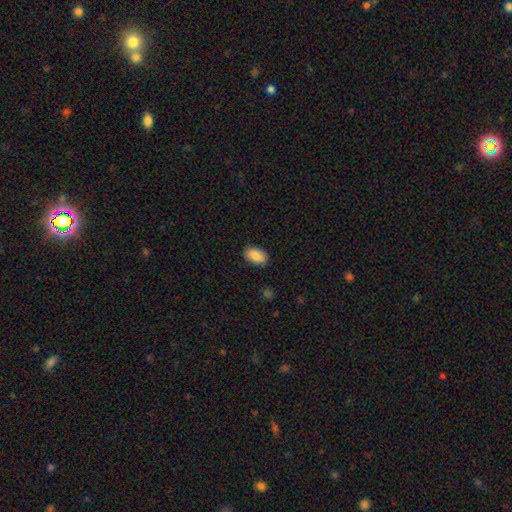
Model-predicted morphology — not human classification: Smooth or featured?
  - smooth: 87% *
  - star or artifact: 7%
  - featured or disk: 6%
How rounded?
  - in between: 93% *
  - round: 5%
  - cigar-shaped: 2%
Merging?
  - none: 87% *
  - minor disturbance: 10%
  - major disturbance: 2%
  - merger: 1%